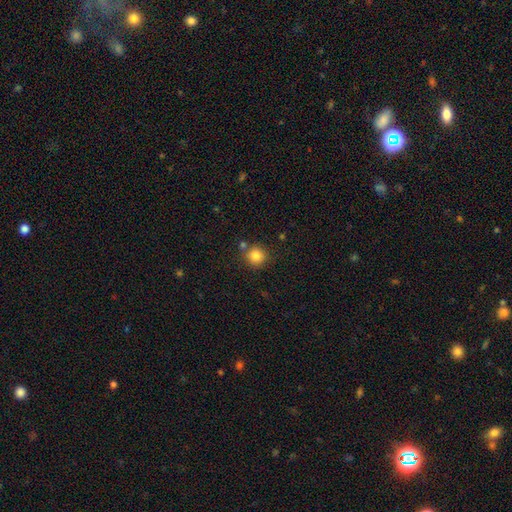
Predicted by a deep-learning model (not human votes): A smooth galaxy with no disk features (84%) that is round (92%). Merging: none (77%).